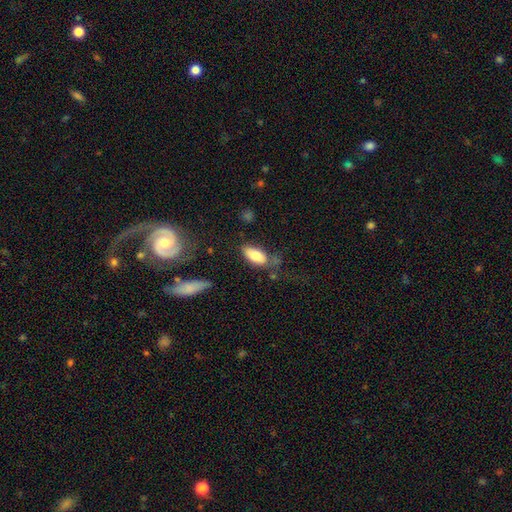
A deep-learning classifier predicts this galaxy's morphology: Q: Smooth or featured?
A: smooth (81%); runner-up: featured or disk (13%)
Q: How rounded?
A: in between (88%); runner-up: cigar-shaped (10%)
Q: Merging?
A: none (57%); runner-up: minor disturbance (25%)